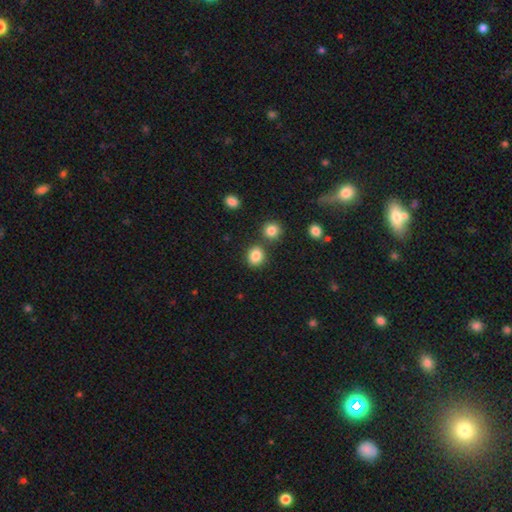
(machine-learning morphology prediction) Smooth or featured? smooth (85%)
How rounded? round (73%)
Merging? none (78%)